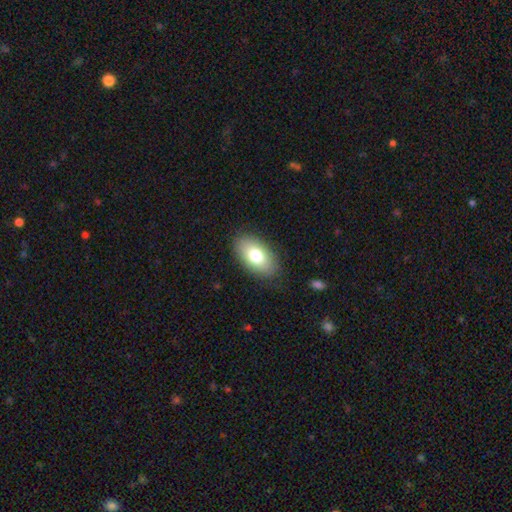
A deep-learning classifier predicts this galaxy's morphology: Smooth or featured?
  - smooth: 75% *
  - featured or disk: 17%
  - star or artifact: 8%
How rounded?
  - in between: 93% *
  - round: 5%
  - cigar-shaped: 2%
Merging?
  - none: 85% *
  - minor disturbance: 11%
  - major disturbance: 3%
  - merger: 1%